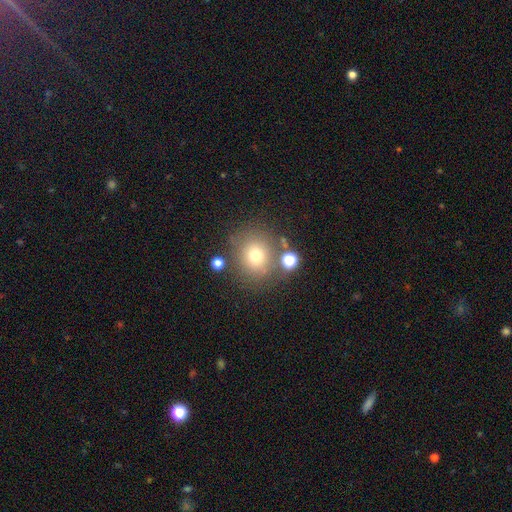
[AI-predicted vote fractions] Overall: smooth (71%). How rounded: round (86%). Merging: none (74%).